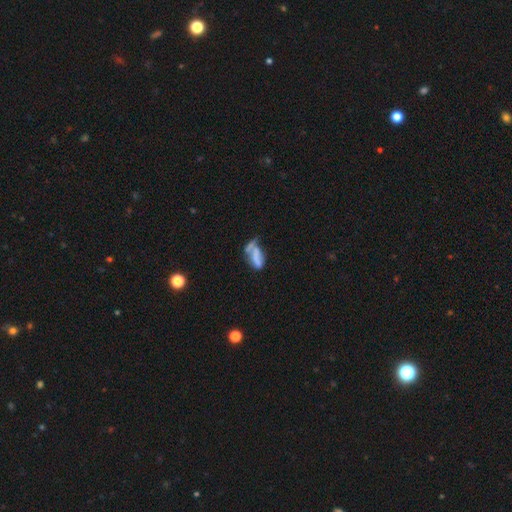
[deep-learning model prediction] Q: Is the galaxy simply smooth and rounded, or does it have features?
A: smooth — 55%.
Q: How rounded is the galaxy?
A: in between — 73%.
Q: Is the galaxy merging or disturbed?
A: merger — 34%.